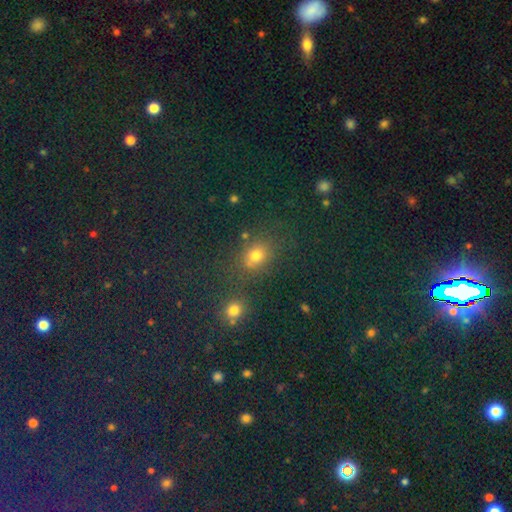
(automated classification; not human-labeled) Smooth or featured: smooth — 67% (star or artifact — 25%)
How rounded: round — 51% (in between — 47%)
Merging: none — 66% (merger — 15%)